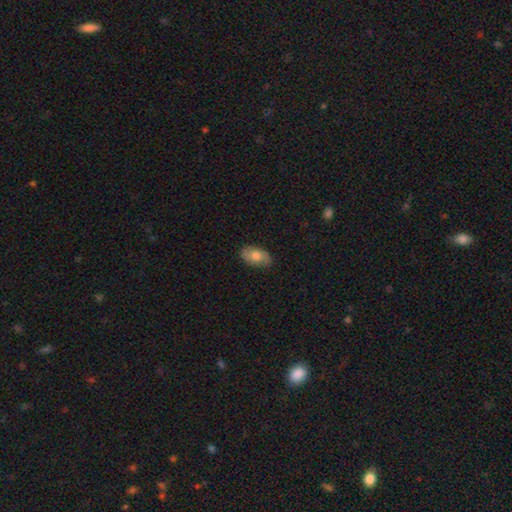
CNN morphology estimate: Q: Smooth or featured?
A: smooth (68%); runner-up: featured or disk (25%)
Q: How rounded?
A: in between (92%); runner-up: round (6%)
Q: Merging?
A: none (84%); runner-up: minor disturbance (13%)